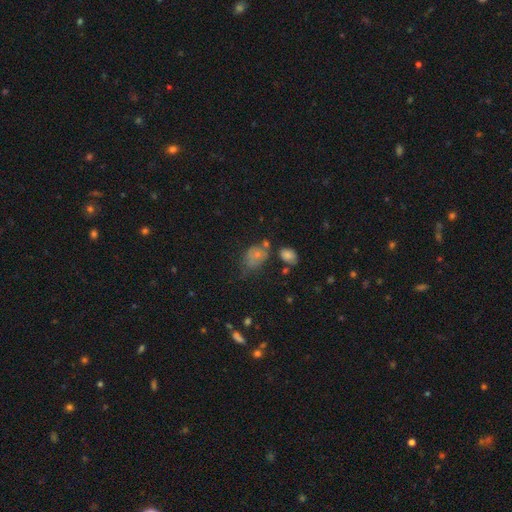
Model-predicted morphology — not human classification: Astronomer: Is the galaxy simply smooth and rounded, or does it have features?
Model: smooth — 67%.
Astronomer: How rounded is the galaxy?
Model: in between — 69%.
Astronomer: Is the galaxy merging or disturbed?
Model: none — 35% (runner-up: minor disturbance, 30%).